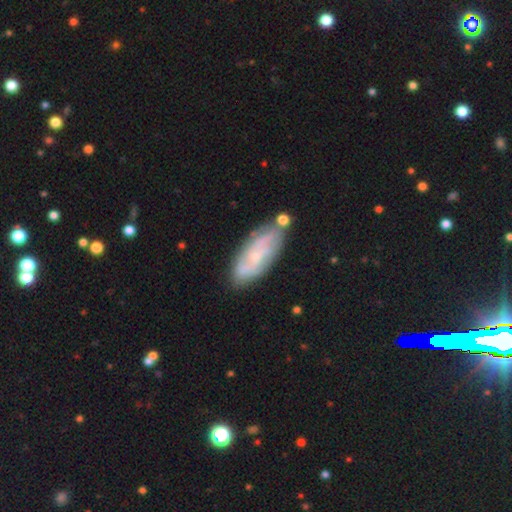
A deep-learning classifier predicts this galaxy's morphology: This is possibly a featured or disk galaxy (59%). It is clearly not viewed edge-on (87%). Bar: possibly no (59%). Spiral arm pattern: clearly yes (83%). Central bulge: likely small (64%). Merging: likely none (72%).